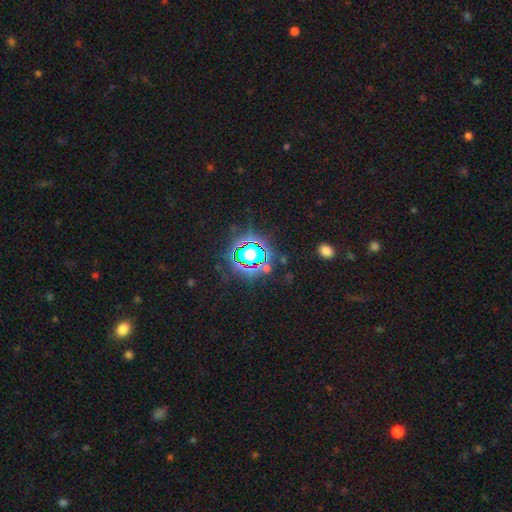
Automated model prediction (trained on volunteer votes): Morphology: type=star or artifact (81%).